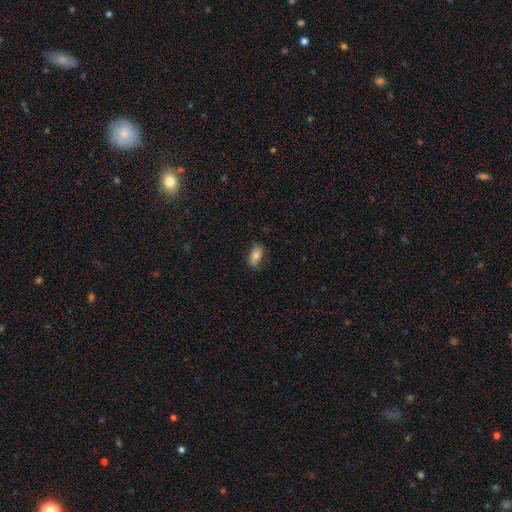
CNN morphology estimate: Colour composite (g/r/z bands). It shows a smooth galaxy with no disk features (74%) that is in between round and cigar-shaped (89%). Merging: none (74%).